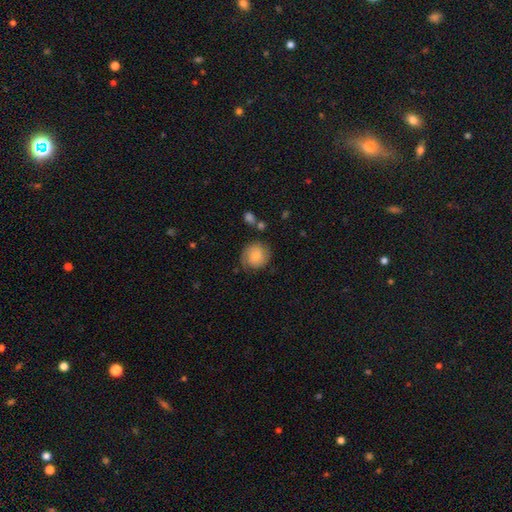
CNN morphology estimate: A smooth galaxy with no disk features (59%) that is round (87%). Merging: none (72%).